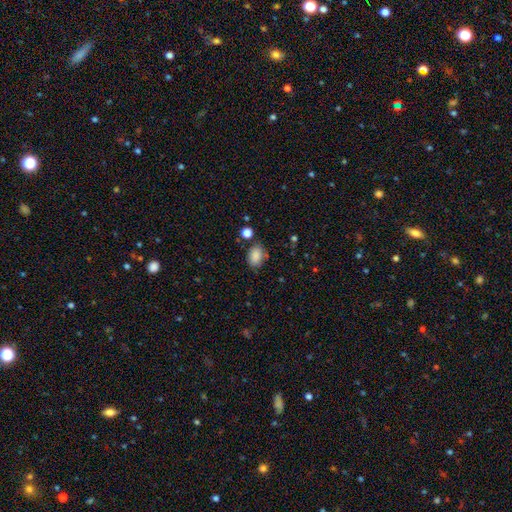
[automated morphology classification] This appears to be a smooth galaxy with no disk features (86%) that is in between round and cigar-shaped (79%). Merging: none (74%).